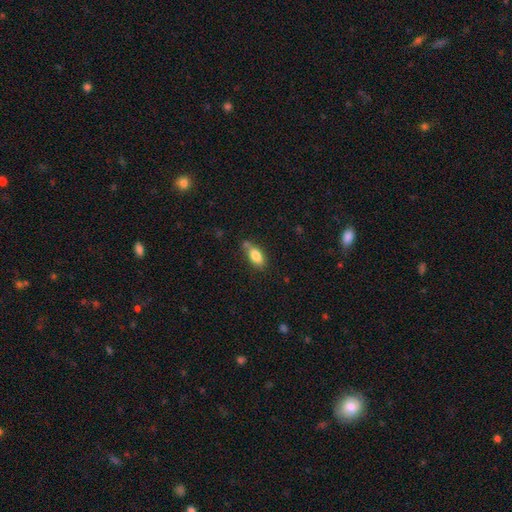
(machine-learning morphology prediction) Overall: smooth (82%). How rounded: in between (86%). Merging: none (62%).